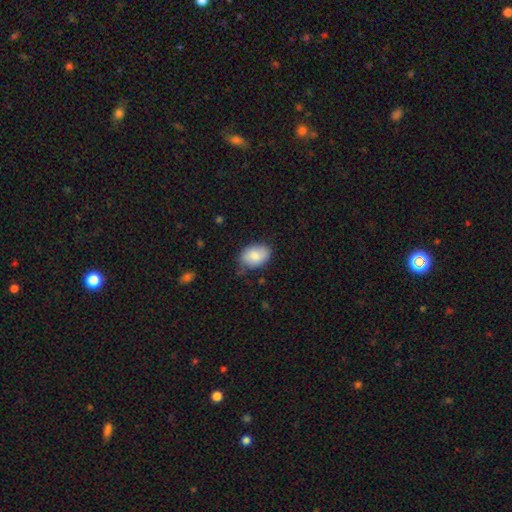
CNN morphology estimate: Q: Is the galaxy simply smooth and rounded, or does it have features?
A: smooth — 84%.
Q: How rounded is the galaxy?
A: in between — 81%.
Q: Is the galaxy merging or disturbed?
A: none — 70%.